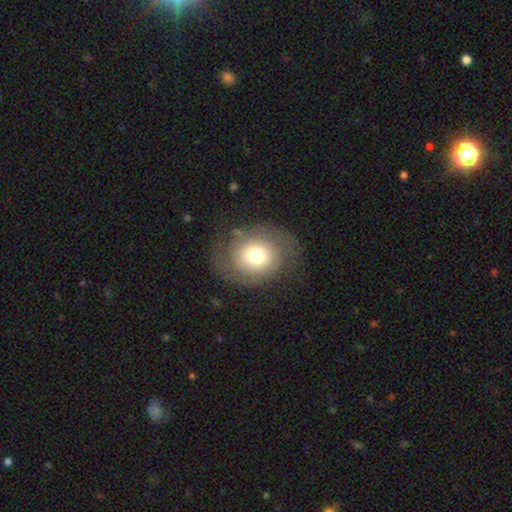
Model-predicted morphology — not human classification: A smooth galaxy with no disk features (53%) that is round (68%). Merging: none (72%).